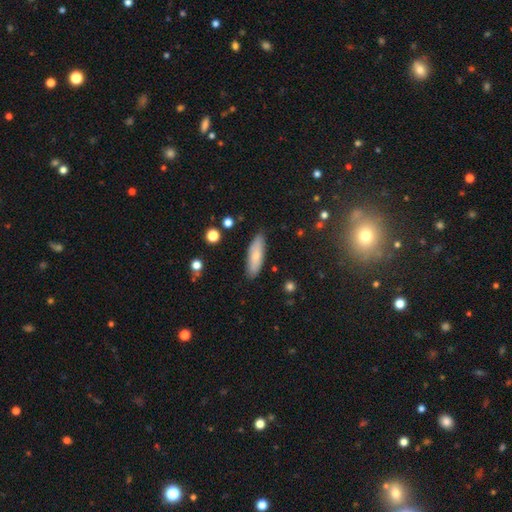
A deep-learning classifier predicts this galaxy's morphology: Smooth or featured? smooth (73%)
How rounded? cigar-shaped (50%)
Merging? none (86%)